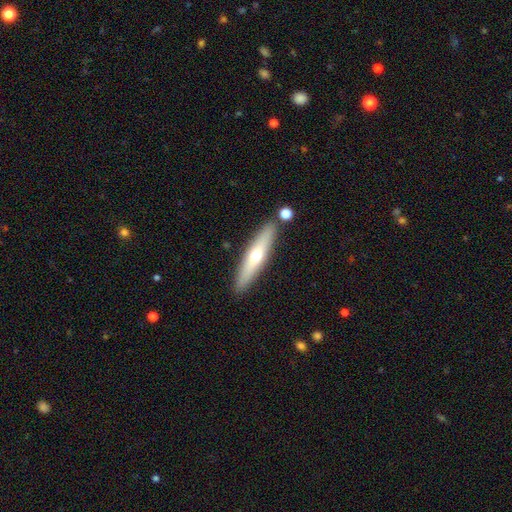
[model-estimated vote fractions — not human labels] A featured or disk galaxy (49%). Merging: none (88%).